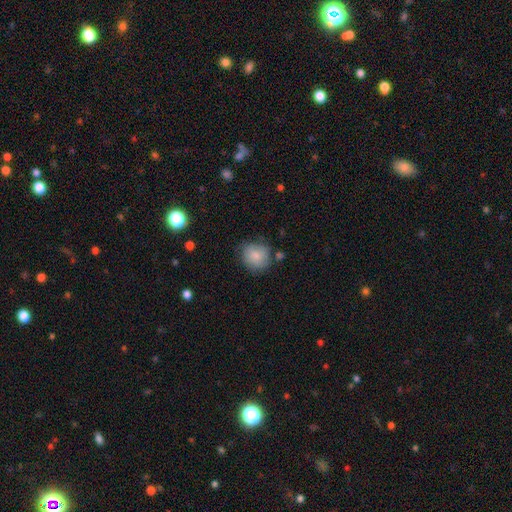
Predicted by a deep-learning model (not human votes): This is clearly a smooth galaxy (80%). How rounded: likely round (76%). Merging: likely none (68%).